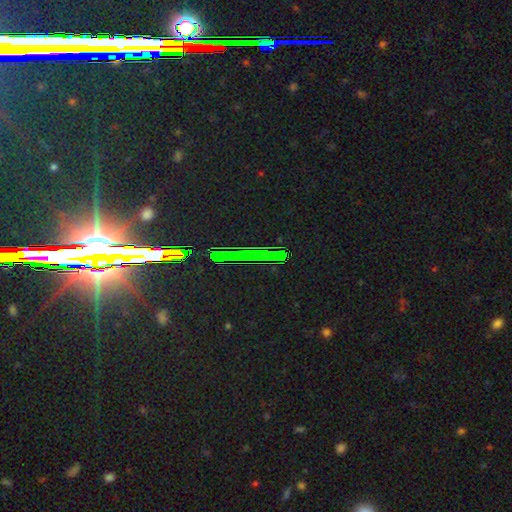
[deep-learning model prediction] smooth_or_featured: star or artifact (p=0.77) [alt: featured or disk p=0.13]